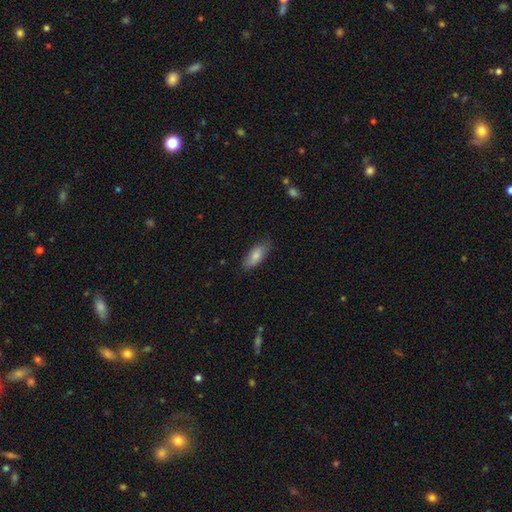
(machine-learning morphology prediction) This appears to be a smooth galaxy with no disk features (80%) that is in between round and cigar-shaped (81%). Merging: none (78%).